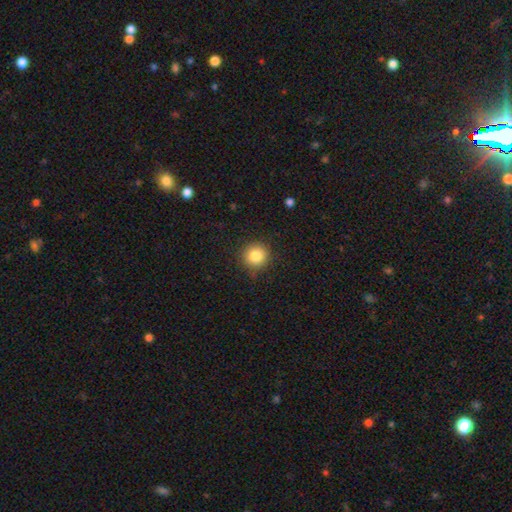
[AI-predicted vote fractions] This is clearly a smooth galaxy (84%). How rounded: clearly round (93%). Merging: clearly none (87%).